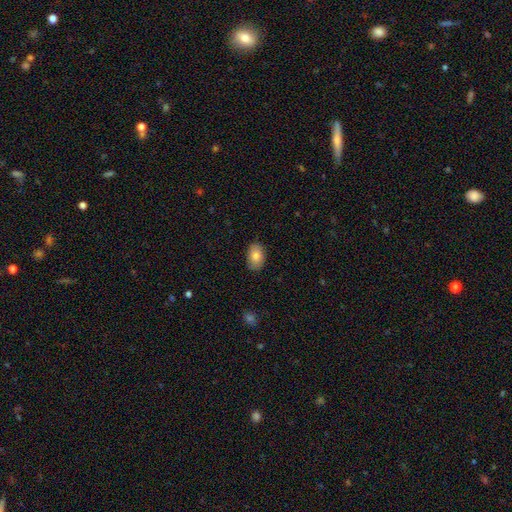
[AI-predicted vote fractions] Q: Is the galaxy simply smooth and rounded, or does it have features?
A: smooth — 82%.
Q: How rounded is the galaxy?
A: in between — 88%.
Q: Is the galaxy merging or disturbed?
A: none — 84%.